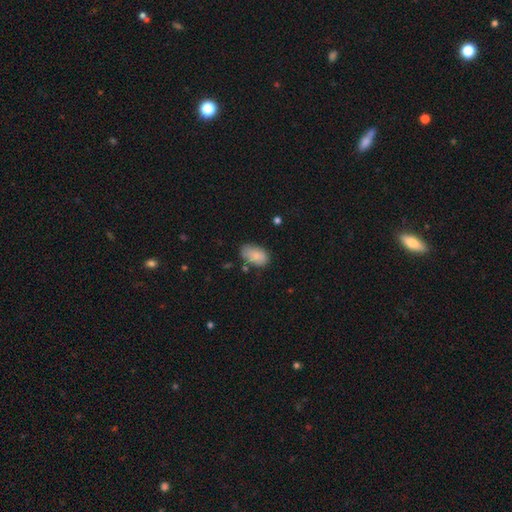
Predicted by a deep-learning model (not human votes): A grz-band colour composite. It shows a smooth galaxy with no disk features (85%) that is in between round and cigar-shaped (93%). Merging: none (68%).